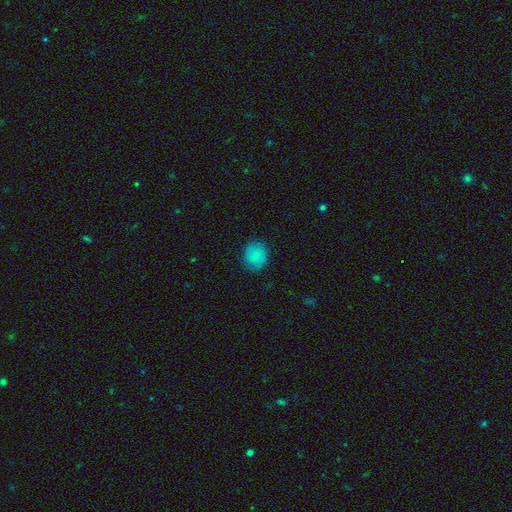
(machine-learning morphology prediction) Q: Smooth or featured?
A: smooth (83%); runner-up: star or artifact (9%)
Q: How rounded?
A: round (63%); runner-up: in between (36%)
Q: Merging?
A: none (83%); runner-up: minor disturbance (14%)